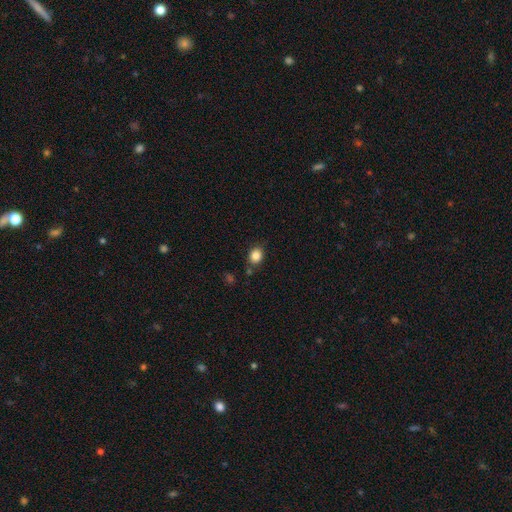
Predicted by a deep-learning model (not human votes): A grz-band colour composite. It shows a smooth galaxy with no disk features (85%) that is round (64%). Merging: none (79%).